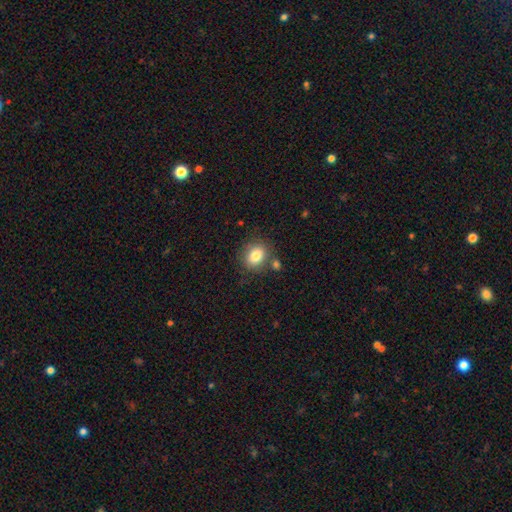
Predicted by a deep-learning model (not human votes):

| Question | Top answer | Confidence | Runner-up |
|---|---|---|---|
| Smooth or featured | smooth | 82% | star or artifact (9%) |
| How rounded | round | 60% | in between (39%) |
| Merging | none | 74% | minor disturbance (12%) |